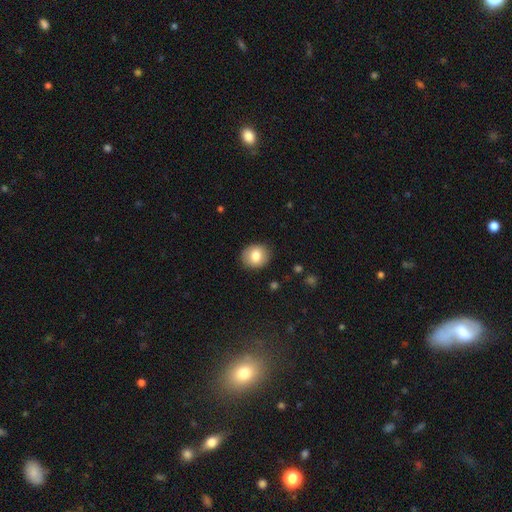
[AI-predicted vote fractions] The model was most divided on "how rounded": round: 71%, in between: 28%, cigar-shaped: 1%. More confident: merging — none (88%); smooth or featured — smooth (80%).